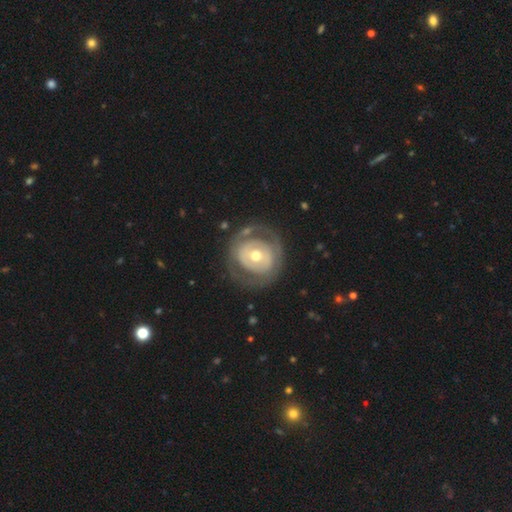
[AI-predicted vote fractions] This is likely a featured or disk galaxy (64%). It is clearly not viewed edge-on (96%). Bar: likely no (72%). Spiral arm pattern: likely no (69%). Central bulge: likely moderate (72%). Merging: likely none (70%).